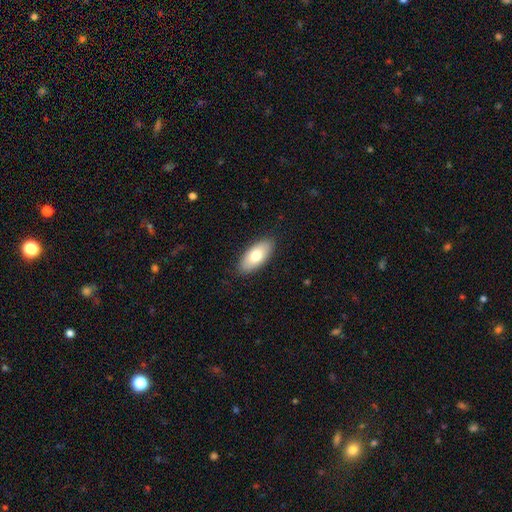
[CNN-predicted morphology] Smooth or featured?
  - smooth: 73% *
  - featured or disk: 21%
  - star or artifact: 6%
How rounded?
  - in between: 91% *
  - cigar-shaped: 7%
  - round: 2%
Merging?
  - none: 87% *
  - minor disturbance: 10%
  - major disturbance: 2%
  - merger: 1%